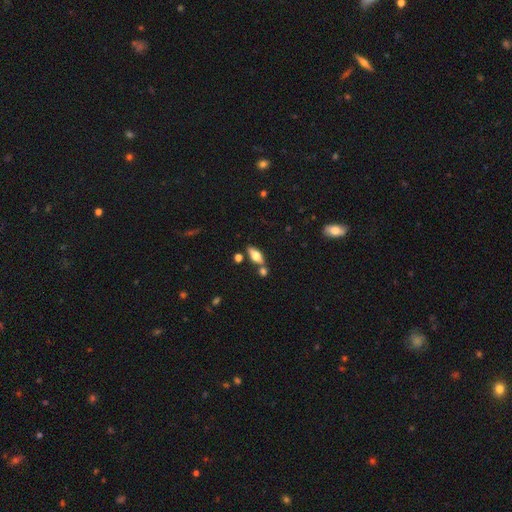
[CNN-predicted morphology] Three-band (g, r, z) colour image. It shows a smooth galaxy with no disk features (57%) that is in between round and cigar-shaped (76%). Merging: none (70%).